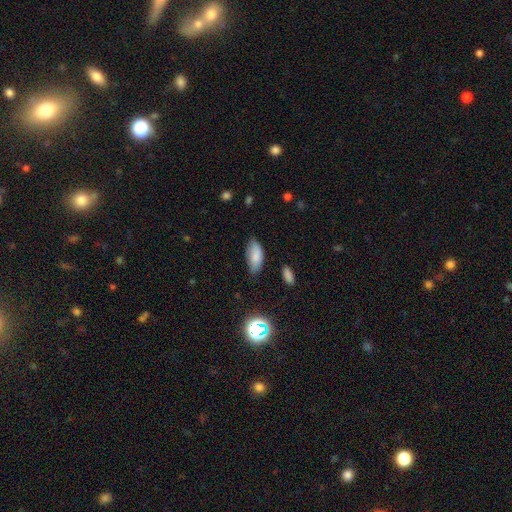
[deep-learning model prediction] Smooth or featured? smooth (83%)
How rounded? in between (88%)
Merging? none (74%)